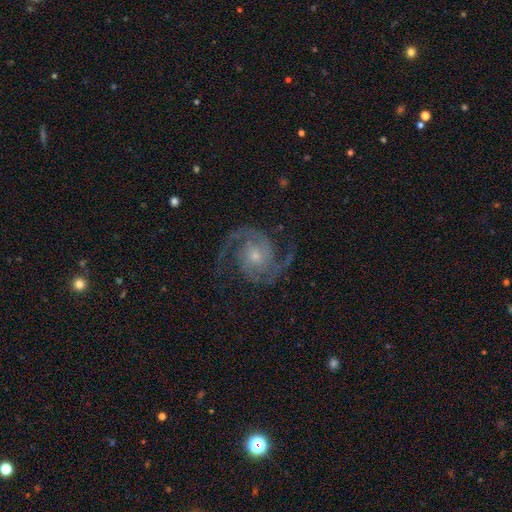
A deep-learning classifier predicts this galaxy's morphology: This appears to be a featured or disk galaxy (93%) with no bar (68%), 2 (91%) medium (60%) spiral arms (98%) and a small central bulge (64%). Merging: none (79%).